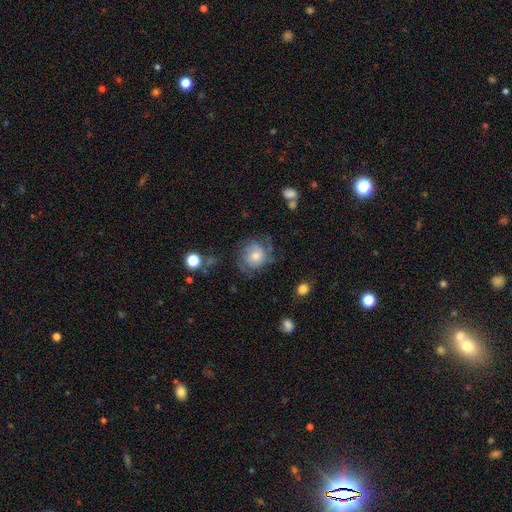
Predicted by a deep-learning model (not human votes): This appears to be a featured or disk galaxy (46%). Merging: none (60%).